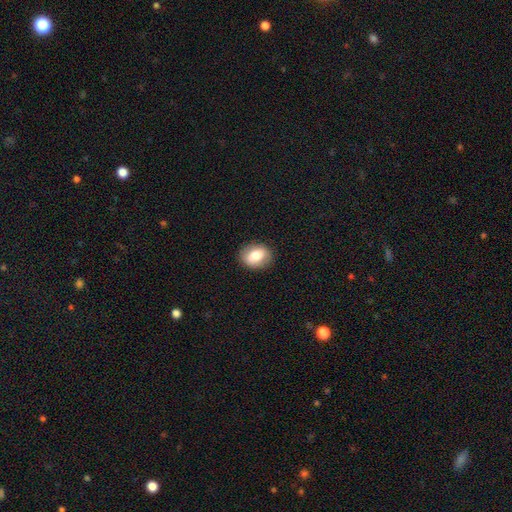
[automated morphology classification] smooth-or-featured: smooth: 74% | featured or disk: 18% | star or artifact: 8%
  how-rounded: in between: 60% | round: 39% | cigar-shaped: 1%
  merging: none: 87% | minor disturbance: 9% | major disturbance: 3% | merger: 1%